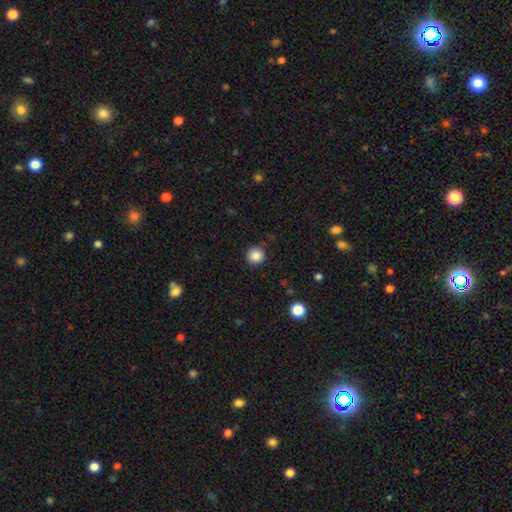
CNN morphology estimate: smooth_or_featured: smooth (p=0.87) [alt: star or artifact p=0.10]
how_rounded: round (p=0.95) [alt: in between p=0.04]
merging: none (p=0.90) [alt: minor disturbance p=0.07]